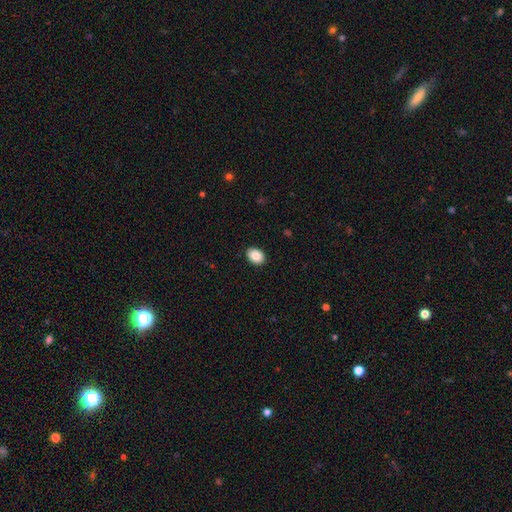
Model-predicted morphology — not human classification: Overall: smooth (89%). How rounded: in between (69%; round 30%). Merging: none (90%).